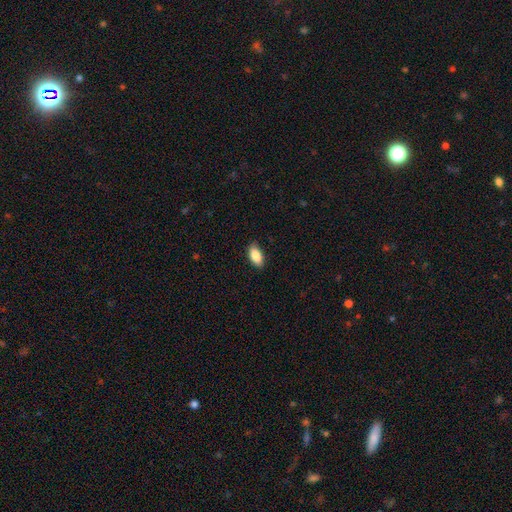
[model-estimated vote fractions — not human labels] Morphology: type=smooth (88%); roundness=in between (90%); merging=none (84%).